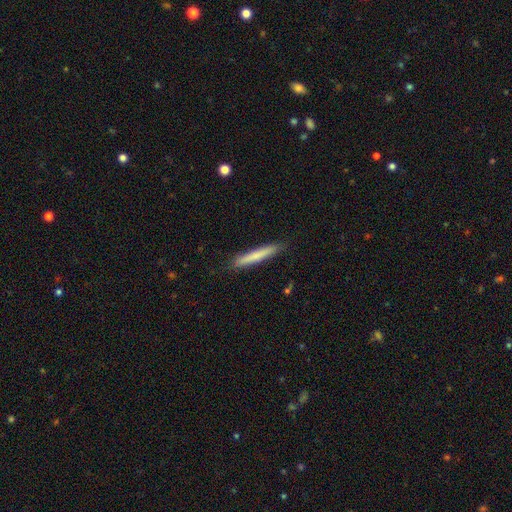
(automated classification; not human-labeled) smooth-or-featured: smooth: 74% | featured or disk: 20% | star or artifact: 6%
  how-rounded: cigar-shaped: 96% | in between: 3% | round: 1%
  merging: none: 88% | minor disturbance: 9% | major disturbance: 2% | merger: 1%